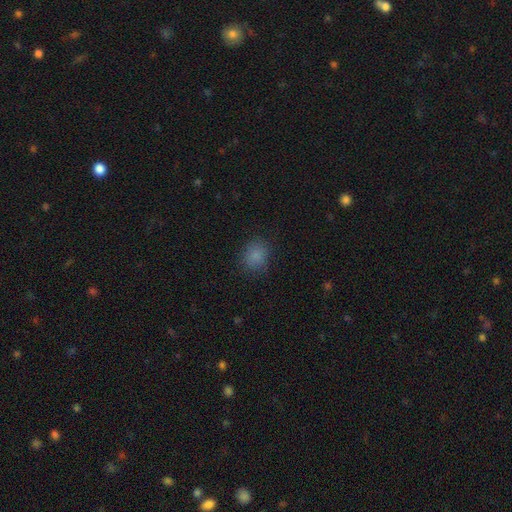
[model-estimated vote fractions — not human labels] The model was most divided on "how rounded": round: 63%, in between: 36%, cigar-shaped: 1%. More confident: smooth or featured — smooth (83%); merging — none (83%).